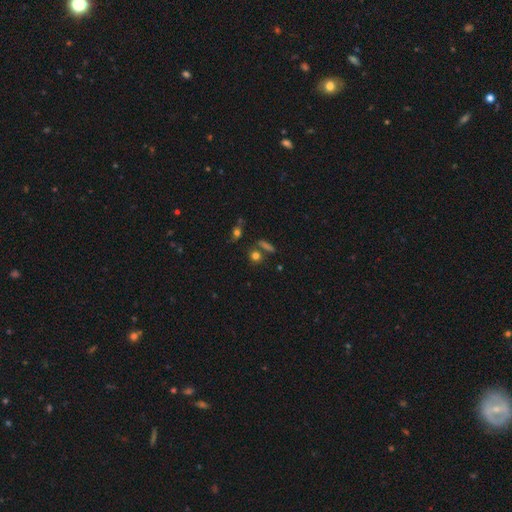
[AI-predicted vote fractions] smooth-or-featured: smooth: 76% | star or artifact: 15% | featured or disk: 9%
  how-rounded: round: 73% | in between: 20% | cigar-shaped: 7%
  merging: none: 72% | merger: 14% | minor disturbance: 10% | major disturbance: 4%